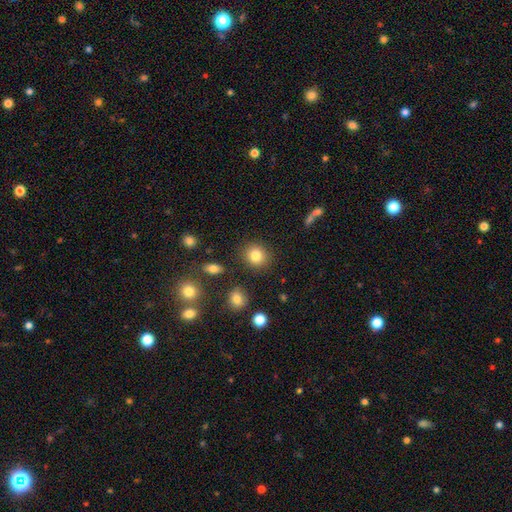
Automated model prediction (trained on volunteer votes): smooth-or-featured: smooth: 83% | star or artifact: 10% | featured or disk: 7%
  how-rounded: round: 82% | in between: 17% | cigar-shaped: 1%
  merging: none: 87% | minor disturbance: 7% | merger: 3% | major disturbance: 3%